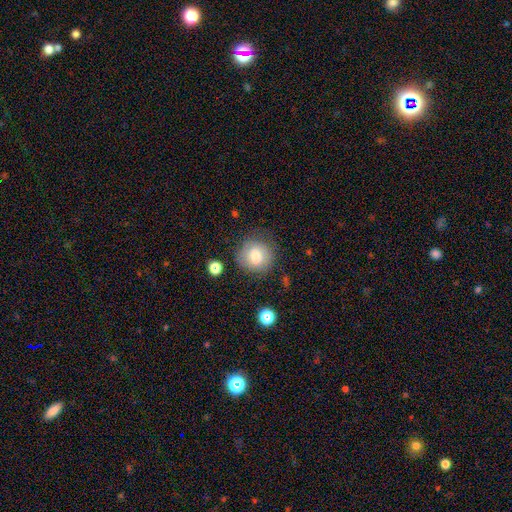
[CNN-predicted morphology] Smooth or featured: smooth — 74% (featured or disk — 17%)
How rounded: round — 84% (in between — 15%)
Merging: none — 75% (minor disturbance — 16%)